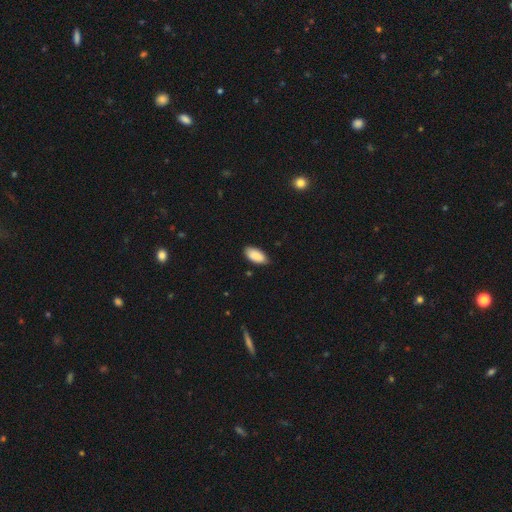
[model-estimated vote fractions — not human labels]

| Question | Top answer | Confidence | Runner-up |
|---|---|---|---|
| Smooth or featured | smooth | 90% | star or artifact (6%) |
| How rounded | in between | 93% | cigar-shaped (5%) |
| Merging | none | 85% | minor disturbance (12%) |